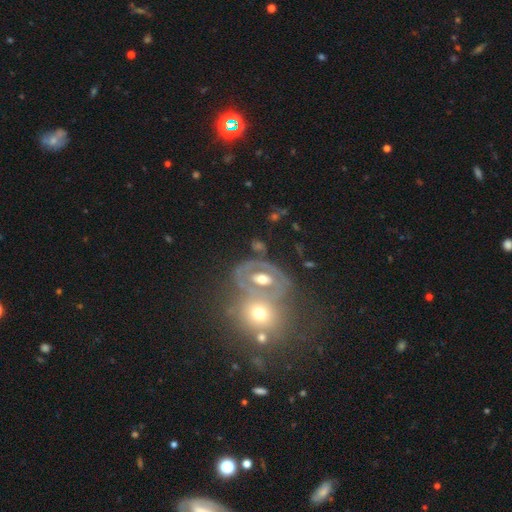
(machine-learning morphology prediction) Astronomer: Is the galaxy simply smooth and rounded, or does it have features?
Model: smooth — 37% (runner-up: star or artifact, 36%).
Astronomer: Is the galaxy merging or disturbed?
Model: merger — 42% (runner-up: none, 36%).